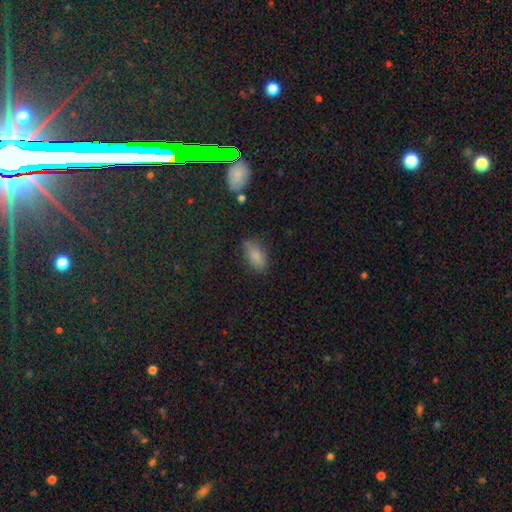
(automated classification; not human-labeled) Smooth or featured? smooth (83%)
How rounded? in between (90%)
Merging? none (74%)